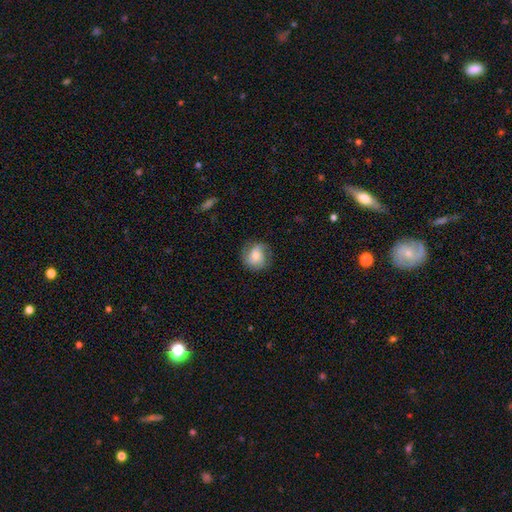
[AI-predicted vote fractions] smooth 54%, featured or disk 38%, star or artifact 8%. Down the decision tree: how rounded — round (79%); merging — none (74%).